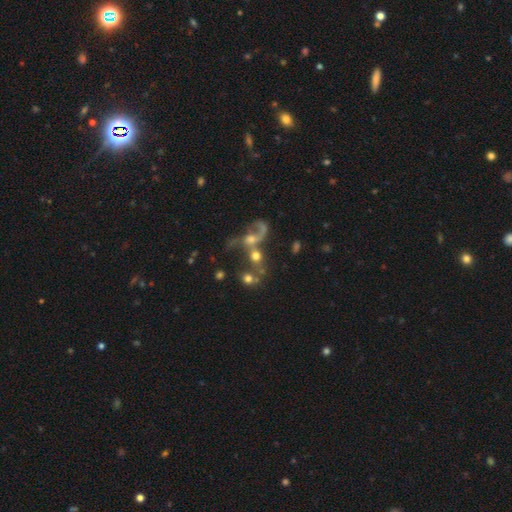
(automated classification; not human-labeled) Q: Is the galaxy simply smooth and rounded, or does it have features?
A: featured or disk — 43%.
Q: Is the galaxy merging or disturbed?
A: merger — 61%.